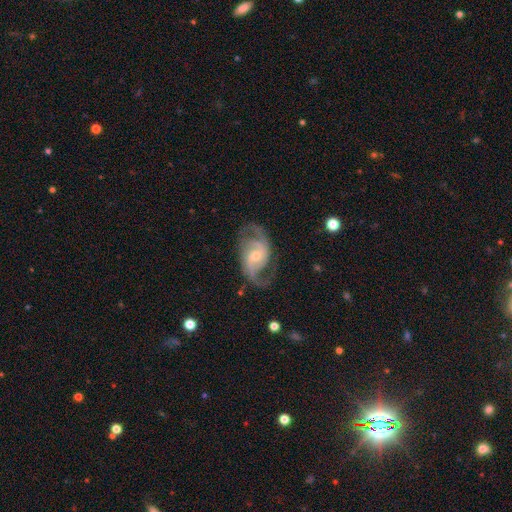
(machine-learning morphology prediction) Smooth or featured?
  - featured or disk: 90% *
  - smooth: 5%
  - star or artifact: 5%
Edge-on disk?
  - no: 97% *
  - yes: 3%
Bar?
  - no: 47% *
  - weak: 41%
  - strong: 12%
Spiral arms?
  - yes: 97% *
  - no: 3%
Spiral winding?
  - medium: 54% *
  - loose: 27%
  - tight: 19%
Spiral arm count?
  - 2: 83% *
  - 3: 7%
  - can't tell: 5%
  - 1: 2%
  - 4: 2%
  - more than 4: 2%
Bulge size?
  - small: 49% *
  - moderate: 46%
  - large: 2%
  - none: 1%
  - dominant: 1%
Merging?
  - none: 71% *
  - minor disturbance: 17%
  - major disturbance: 11%
  - merger: 1%